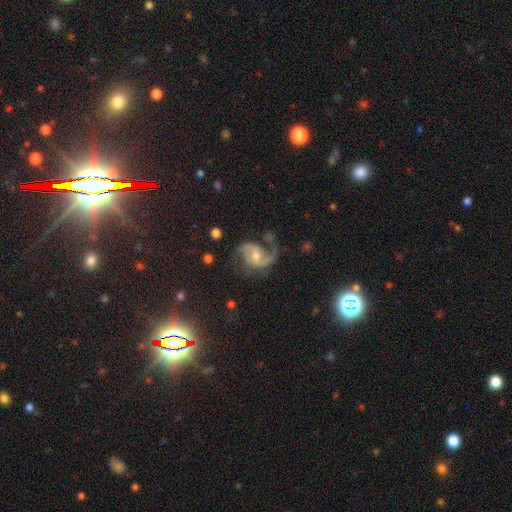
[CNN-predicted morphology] Smooth or featured: featured or disk — 83% (star or artifact — 10%)
Edge-on disk: no — 98% (yes — 2%)
Bar: no — 52% (weak — 37%)
Spiral arms: yes — 96% (no — 4%)
Spiral winding: medium — 49% (loose — 36%)
Spiral arm count: 2 — 77% (1 — 14%)
Bulge size: moderate — 52% (small — 41%)
Merging: none — 57% (major disturbance — 20%)